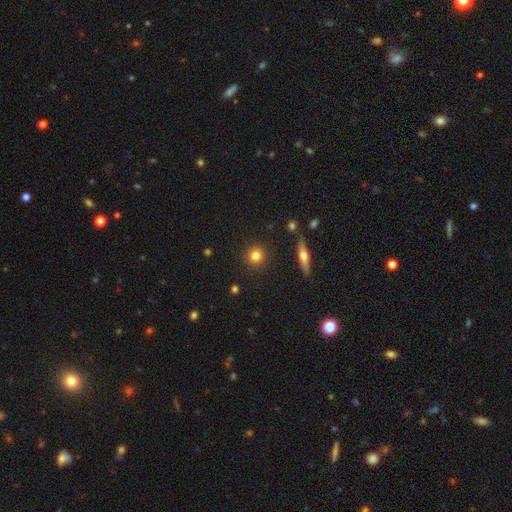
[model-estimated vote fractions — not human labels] A smooth galaxy with no disk features (81%) that is round (91%). Merging: none (91%).